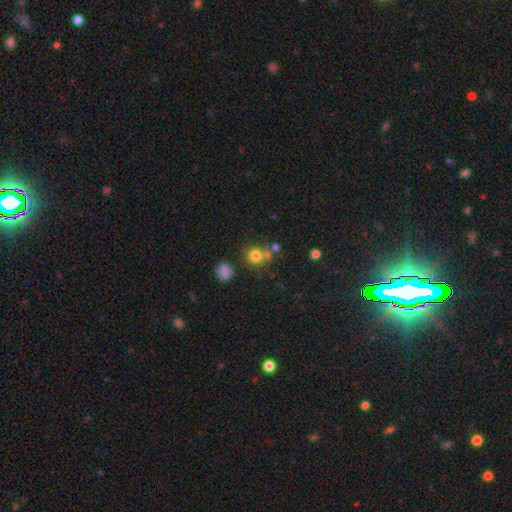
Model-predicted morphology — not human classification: smooth-or-featured: smooth: 76% | star or artifact: 15% | featured or disk: 9%
  how-rounded: round: 86% | in between: 13% | cigar-shaped: 1%
  merging: none: 61% | merger: 23% | minor disturbance: 11% | major disturbance: 5%